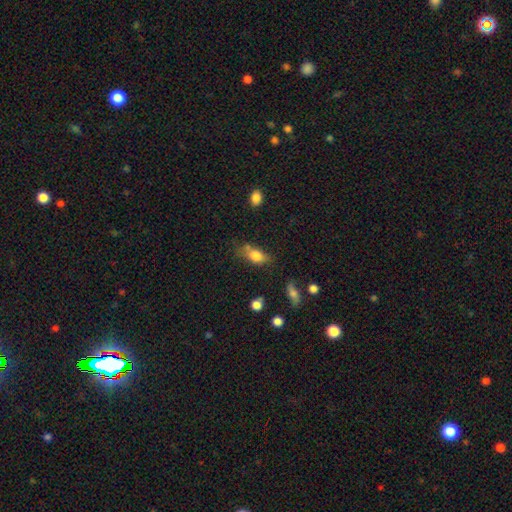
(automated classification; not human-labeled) smooth 75%, featured or disk 16%, star or artifact 9%. Down the decision tree: how rounded — in between (80%); merging — none (48%).